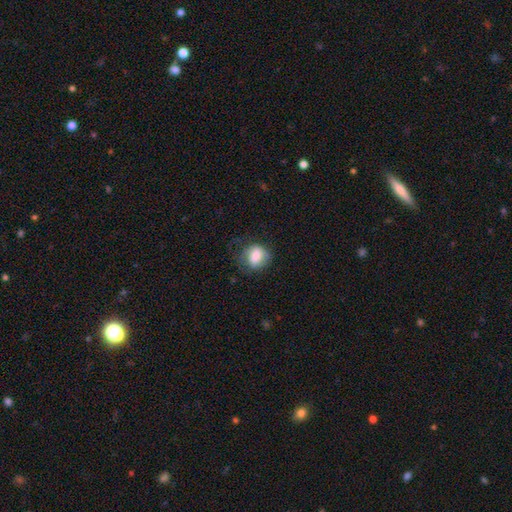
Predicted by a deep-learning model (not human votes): smooth-or-featured: smooth: 76% | featured or disk: 15% | star or artifact: 8%
  how-rounded: round: 51% | in between: 48% | cigar-shaped: 1%
  merging: none: 57% | minor disturbance: 27% | major disturbance: 15% | merger: 1%